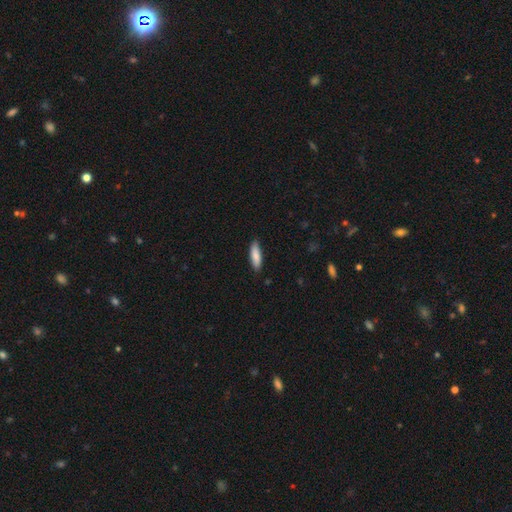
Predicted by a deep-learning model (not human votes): Smooth or featured?
  - smooth: 84% *
  - featured or disk: 11%
  - star or artifact: 6%
How rounded?
  - cigar-shaped: 52% *
  - in between: 47%
  - round: 2%
Merging?
  - none: 86% *
  - minor disturbance: 11%
  - major disturbance: 2%
  - merger: 1%